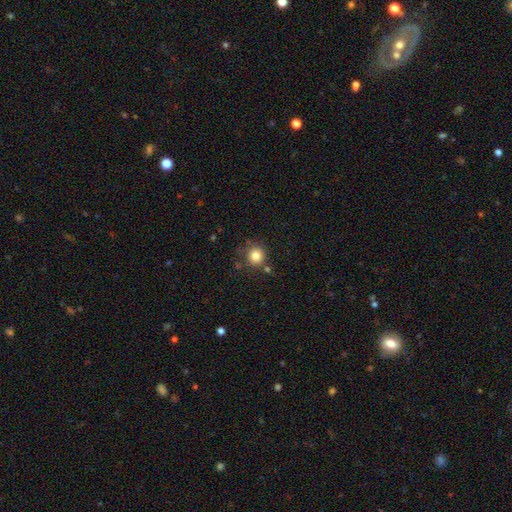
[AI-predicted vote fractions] Q: Smooth or featured?
A: smooth (81%); runner-up: star or artifact (12%)
Q: How rounded?
A: round (92%); runner-up: in between (7%)
Q: Merging?
A: none (79%); runner-up: minor disturbance (11%)